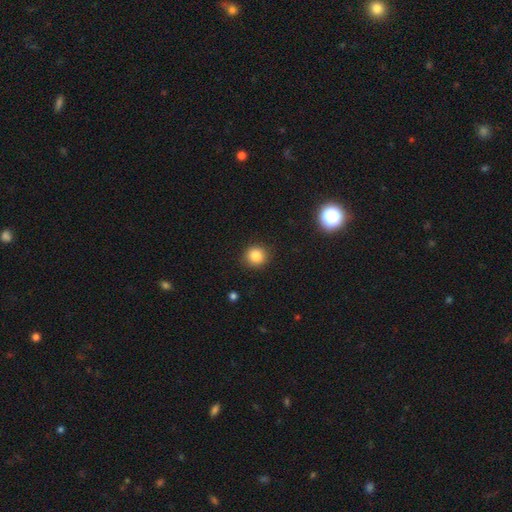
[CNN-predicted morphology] A smooth galaxy with no disk features (83%) that is round (90%).

Vote fractions:
- Smooth or featured? smooth: 83% / star or artifact: 11% / featured or disk: 6%
- How rounded? round: 90% / in between: 9% / cigar-shaped: 1%
- Merging? none: 90% / minor disturbance: 7% / major disturbance: 2% / merger: 1%